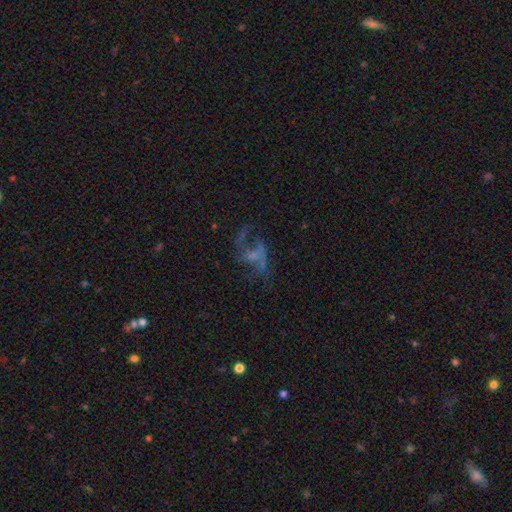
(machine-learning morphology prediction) Smooth or featured? Predicted: featured or disk (p=0.60). Edge-on disk? Predicted: no (p=0.97). Bar? Predicted: no (p=0.68). Spiral arms? Predicted: yes (p=0.52). Bulge size? Predicted: none (p=0.50). Merging? Predicted: major disturbance (p=0.43).